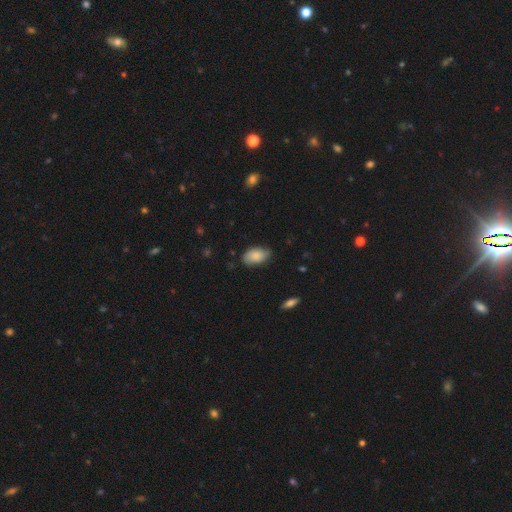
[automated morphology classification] Smooth or featured: smooth — 84% (featured or disk — 10%)
How rounded: in between — 93% (round — 5%)
Merging: none — 74% (minor disturbance — 21%)